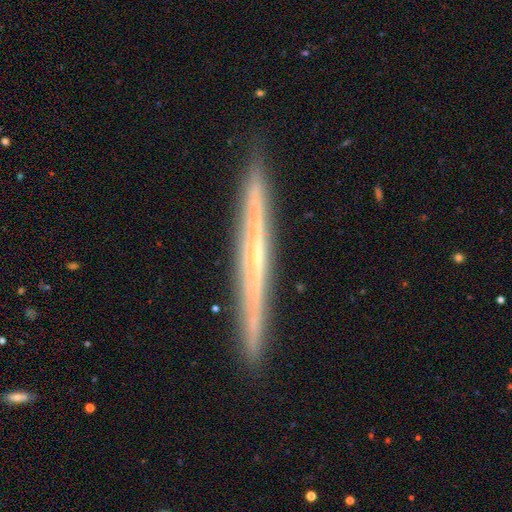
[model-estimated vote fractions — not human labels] Smooth or featured? Predicted: featured or disk (p=0.72). Edge-on disk? Predicted: yes (p=0.95). Edge-on bulge? Predicted: none (p=0.74). Merging? Predicted: none (p=0.90).